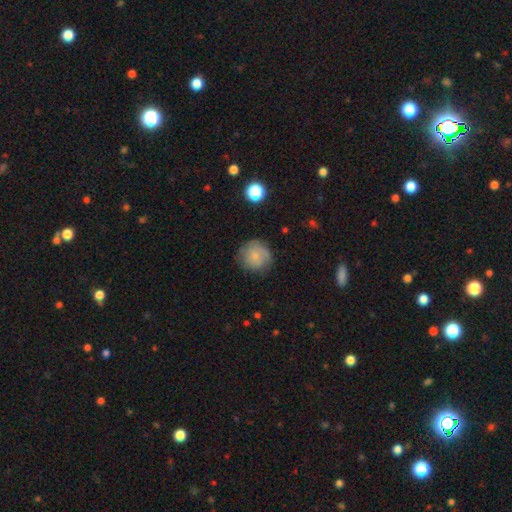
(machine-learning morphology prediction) Smooth or featured? smooth (63%)
How rounded? round (90%)
Merging? none (72%)